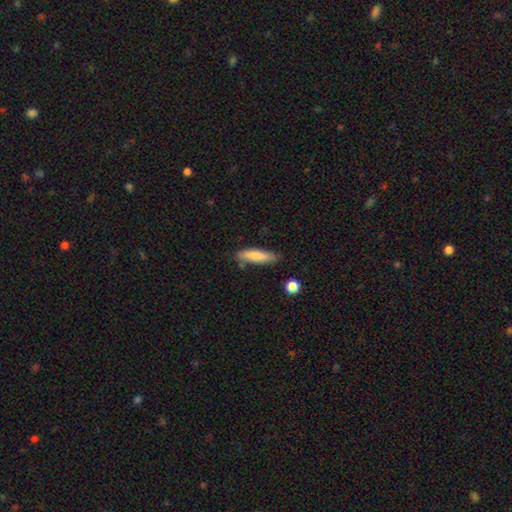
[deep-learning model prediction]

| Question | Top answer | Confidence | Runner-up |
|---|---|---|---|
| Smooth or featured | smooth | 78% | featured or disk (15%) |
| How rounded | cigar-shaped | 72% | in between (26%) |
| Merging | none | 74% | minor disturbance (19%) |